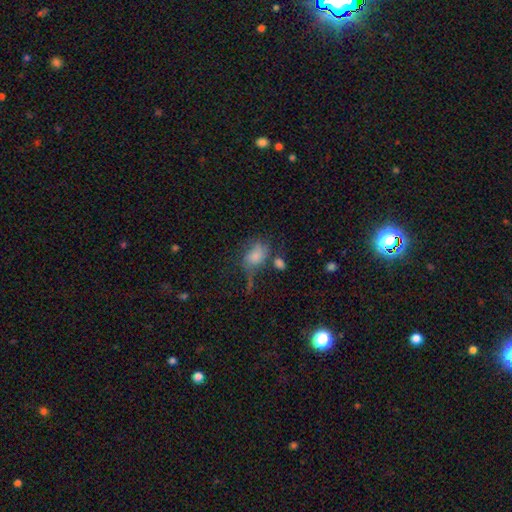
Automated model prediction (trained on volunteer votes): This is possibly a smooth galaxy (58%). How rounded: likely in between (72%). Merging: marginally none (35%).